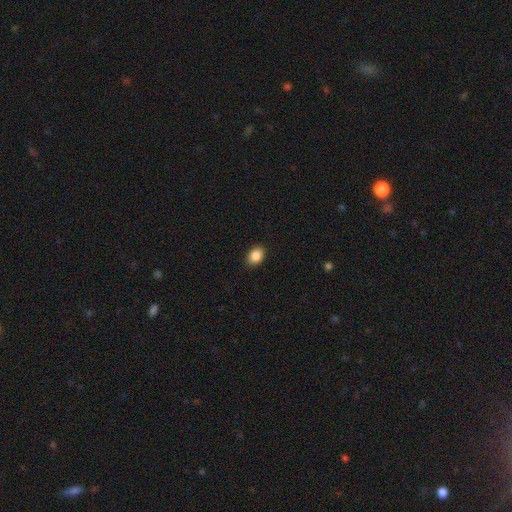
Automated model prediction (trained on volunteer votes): smooth 87%, star or artifact 8%, featured or disk 5%. Down the decision tree: how rounded — in between (74%); merging — none (90%).